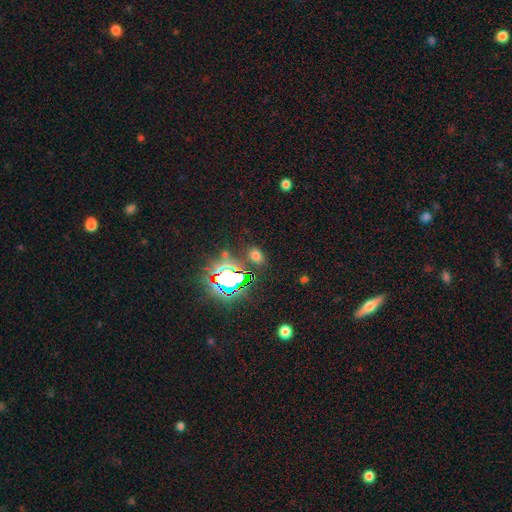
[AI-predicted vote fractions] Smooth or featured: smooth — 59% (star or artifact — 33%)
How rounded: in between — 76% (round — 22%)
Merging: none — 82% (minor disturbance — 10%)